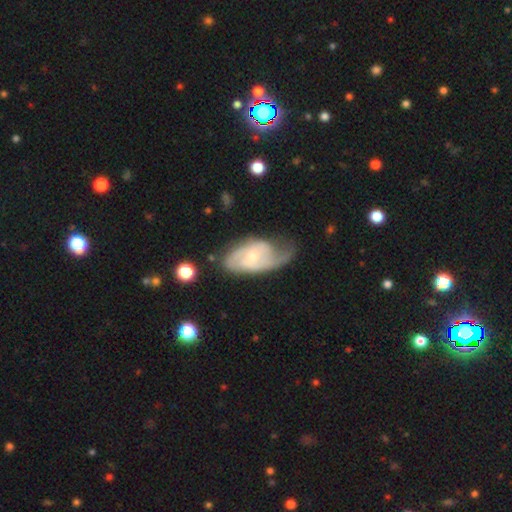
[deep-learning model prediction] Morphology: type=featured or disk (76%); edge-on=no (93%); bar=no (60%); spiral arms=yes (91%); winding=medium (41%); arm count=2 (55%); bulge=small (59%); merging=none (59%).